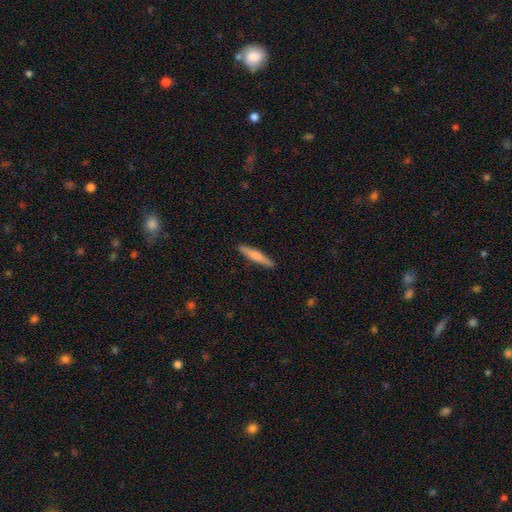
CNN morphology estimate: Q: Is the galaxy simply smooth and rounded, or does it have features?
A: smooth — 65%.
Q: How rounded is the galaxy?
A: cigar-shaped — 92%.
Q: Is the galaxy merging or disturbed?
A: none — 90%.